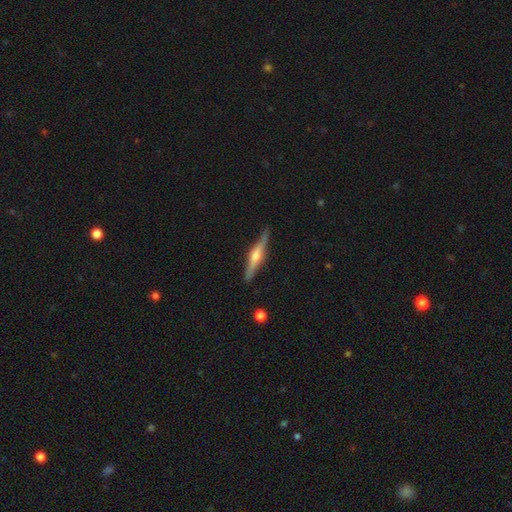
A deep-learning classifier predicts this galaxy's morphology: type=featured or disk (74%); edge-on=yes (97%); edge-on bulge=rounded (83%); merging=none (87%).